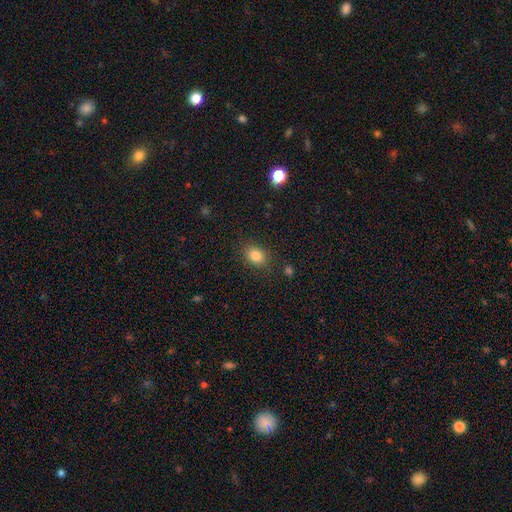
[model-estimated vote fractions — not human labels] Q: Smooth or featured?
A: smooth (83%); runner-up: star or artifact (11%)
Q: How rounded?
A: in between (58%); runner-up: round (41%)
Q: Merging?
A: none (84%); runner-up: minor disturbance (11%)